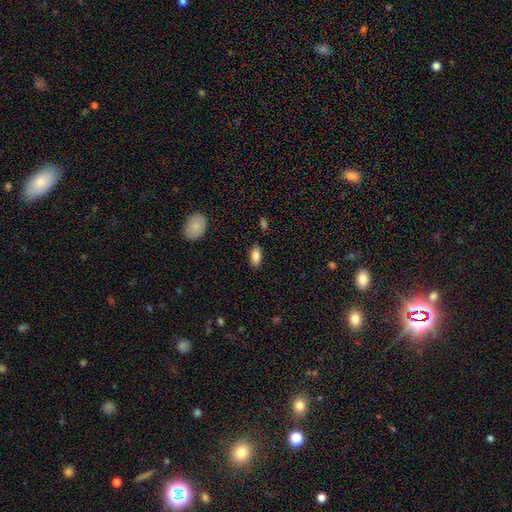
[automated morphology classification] type=smooth (83%); roundness=in between (90%); merging=none (86%).